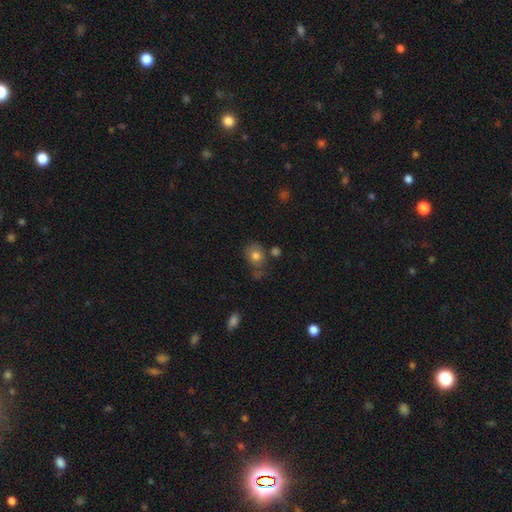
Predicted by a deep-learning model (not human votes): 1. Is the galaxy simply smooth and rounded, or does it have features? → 78% smooth, 12% featured or disk, 10% star or artifact.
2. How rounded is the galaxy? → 55% round, 44% in between, 1% cigar-shaped.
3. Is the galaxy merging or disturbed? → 60% none, 21% minor disturbance, 11% merger, 8% major disturbance.